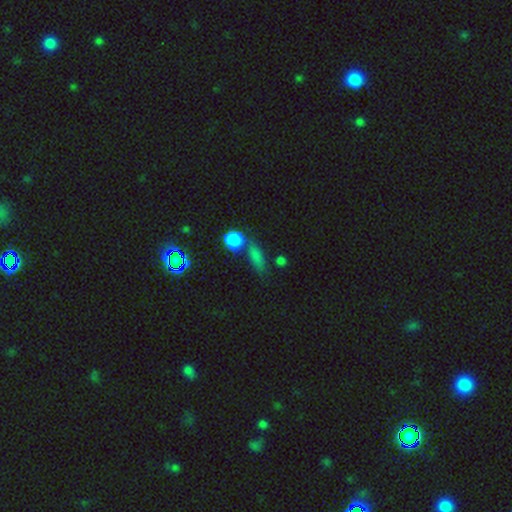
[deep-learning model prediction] Smooth or featured?
  - smooth: 71% *
  - star or artifact: 19%
  - featured or disk: 10%
How rounded?
  - in between: 46% *
  - cigar-shaped: 33%
  - round: 21%
Merging?
  - none: 56% *
  - merger: 21%
  - minor disturbance: 15%
  - major disturbance: 8%